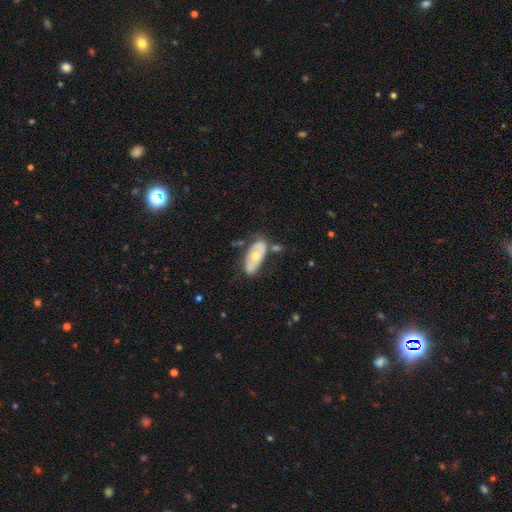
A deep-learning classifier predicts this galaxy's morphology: smooth-or-featured: smooth: 48% | featured or disk: 46% | star or artifact: 6%
  merging: none: 63% | minor disturbance: 21% | merger: 10% | major disturbance: 7%